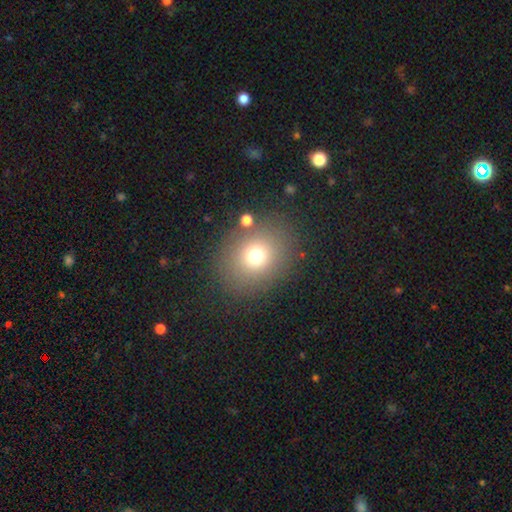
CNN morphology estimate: type=smooth (72%); roundness=round (66%); merging=none (82%).